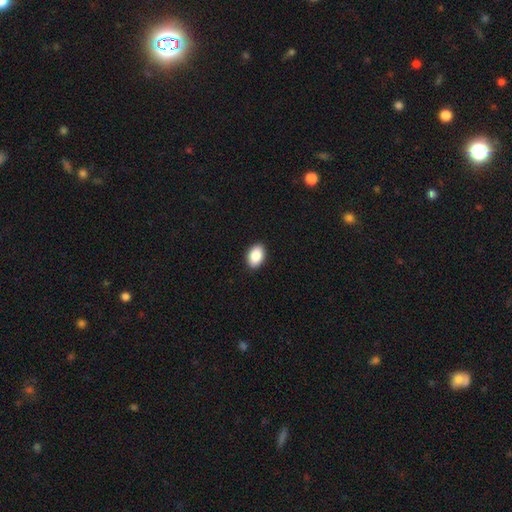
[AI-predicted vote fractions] smooth-or-featured: smooth: 89% | star or artifact: 7% | featured or disk: 4%
  how-rounded: in between: 89% | round: 10% | cigar-shaped: 1%
  merging: none: 91% | minor disturbance: 6% | major disturbance: 2% | merger: 1%